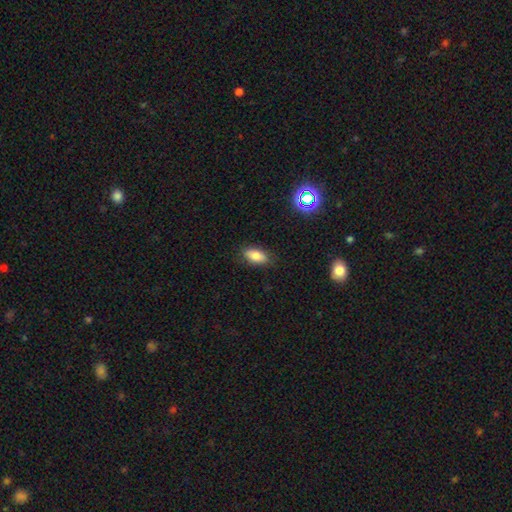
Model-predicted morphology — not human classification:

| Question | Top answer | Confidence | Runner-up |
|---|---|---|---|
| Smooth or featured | smooth | 80% | featured or disk (11%) |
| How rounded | in between | 87% | cigar-shaped (8%) |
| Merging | none | 84% | minor disturbance (12%) |